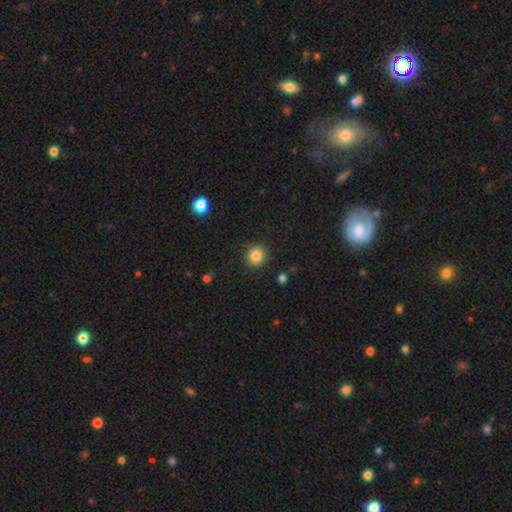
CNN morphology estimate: smooth_or_featured: smooth (p=0.86) [alt: star or artifact p=0.10]
how_rounded: round (p=0.90) [alt: in between p=0.09]
merging: none (p=0.90) [alt: minor disturbance p=0.06]